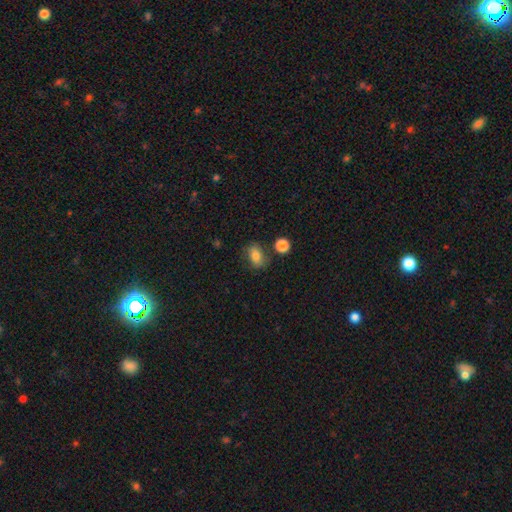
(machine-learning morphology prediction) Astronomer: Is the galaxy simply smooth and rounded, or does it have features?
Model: smooth — 77%.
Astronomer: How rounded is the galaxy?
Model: in between — 74%.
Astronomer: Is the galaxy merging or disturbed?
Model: none — 73%.